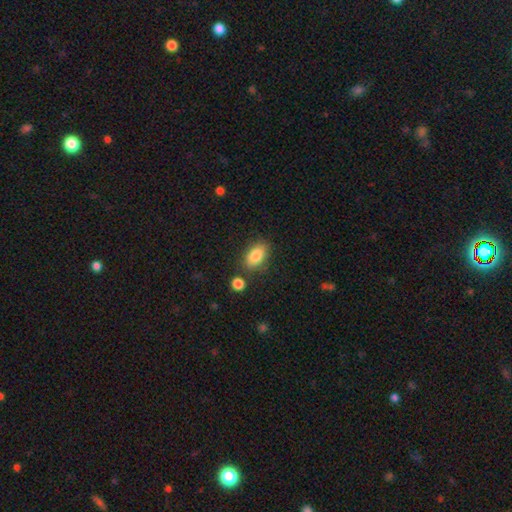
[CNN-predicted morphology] Smooth or featured?
  - smooth: 85% *
  - featured or disk: 8%
  - star or artifact: 7%
How rounded?
  - in between: 90% *
  - round: 7%
  - cigar-shaped: 3%
Merging?
  - none: 79% *
  - minor disturbance: 12%
  - merger: 5%
  - major disturbance: 3%